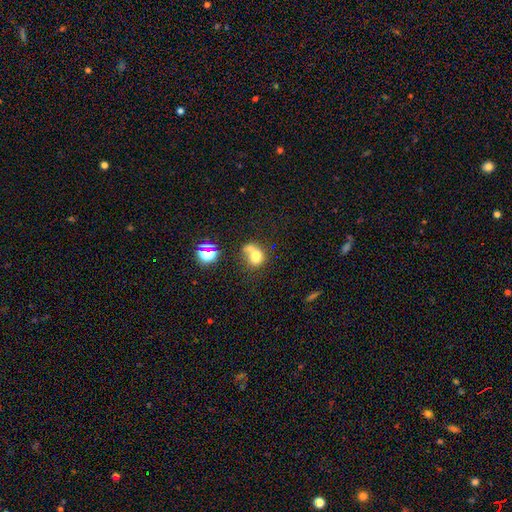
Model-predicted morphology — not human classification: smooth-or-featured: smooth: 68% | featured or disk: 16% | star or artifact: 16%
  how-rounded: round: 61% | in between: 38% | cigar-shaped: 1%
  merging: merger: 55% | none: 29% | minor disturbance: 9% | major disturbance: 7%